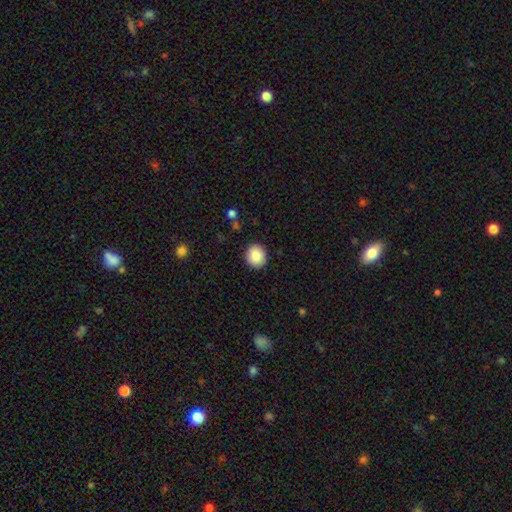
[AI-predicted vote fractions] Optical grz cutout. It shows a smooth galaxy with no disk features (87%) that is round (84%). Merging: none (91%).